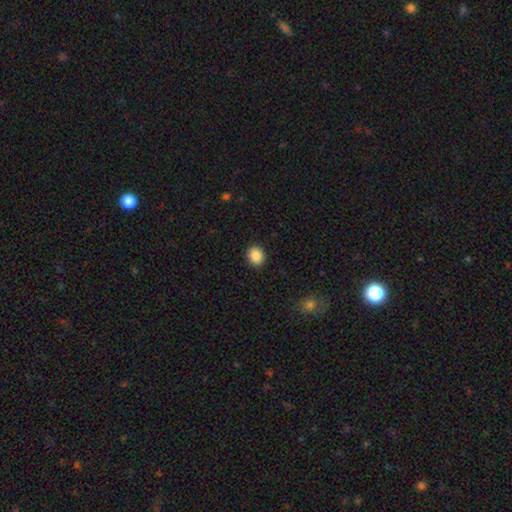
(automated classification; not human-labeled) Morphology: type=smooth (88%); roundness=round (71%); merging=none (91%).